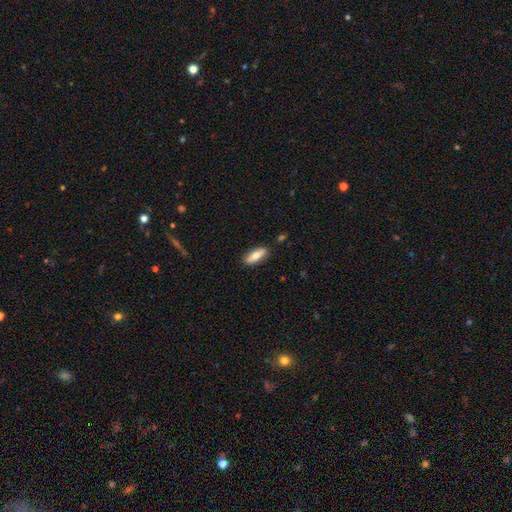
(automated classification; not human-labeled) Smooth or featured?
  - smooth: 73% *
  - featured or disk: 21%
  - star or artifact: 6%
How rounded?
  - in between: 64% *
  - cigar-shaped: 34%
  - round: 2%
Merging?
  - none: 85% *
  - minor disturbance: 11%
  - major disturbance: 2%
  - merger: 2%